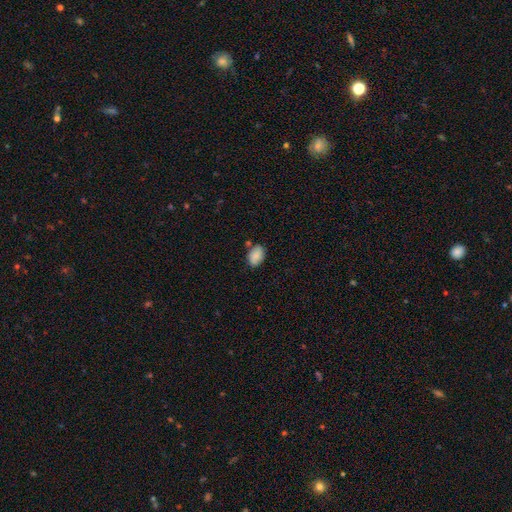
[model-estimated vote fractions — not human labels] smooth-or-featured: smooth: 85% | star or artifact: 8% | featured or disk: 7%
  how-rounded: in between: 84% | round: 15% | cigar-shaped: 1%
  merging: none: 71% | minor disturbance: 19% | merger: 6% | major disturbance: 4%